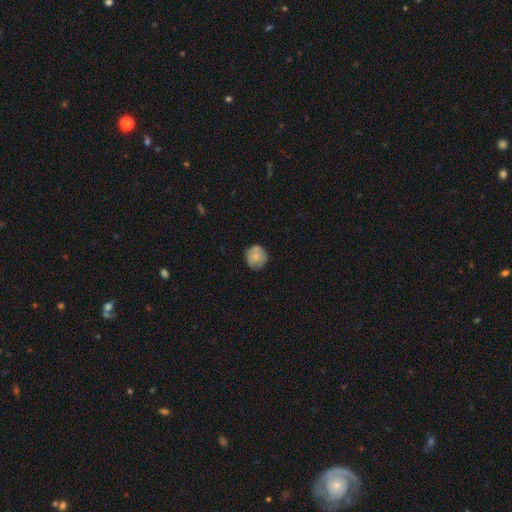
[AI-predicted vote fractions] Overall: smooth (75%). How rounded: round (90%). Merging: none (76%).